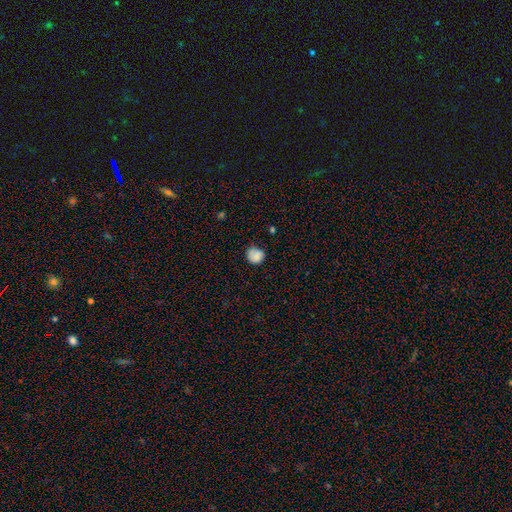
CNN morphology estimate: Smooth or featured? smooth (84%)
How rounded? round (81%)
Merging? none (65%)